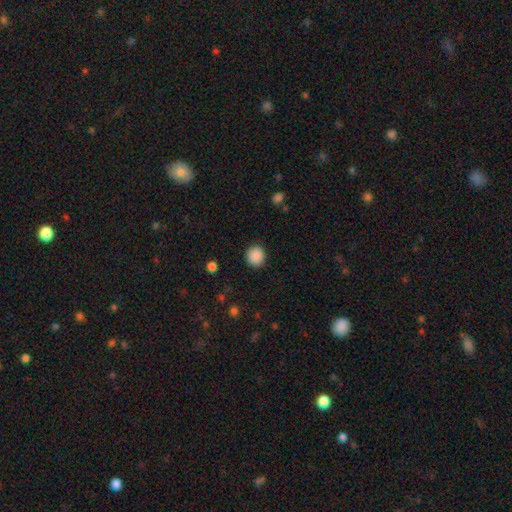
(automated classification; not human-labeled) Smooth or featured: smooth — 89% (star or artifact — 8%)
How rounded: round — 89% (in between — 10%)
Merging: none — 91% (minor disturbance — 6%)